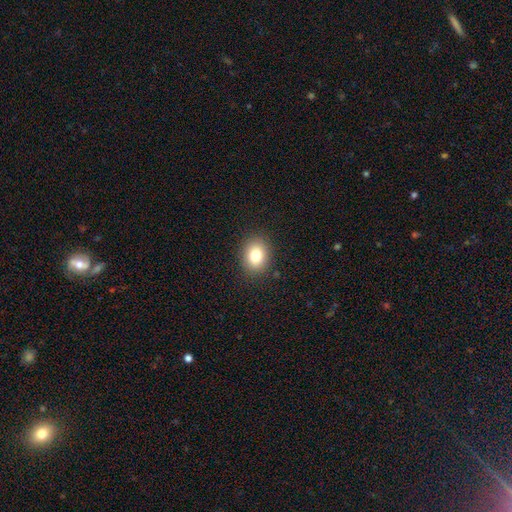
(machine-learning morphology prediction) Smooth or featured?
  - smooth: 81% *
  - star or artifact: 10%
  - featured or disk: 9%
How rounded?
  - in between: 55% *
  - round: 44%
  - cigar-shaped: 1%
Merging?
  - none: 88% *
  - minor disturbance: 8%
  - major disturbance: 3%
  - merger: 1%